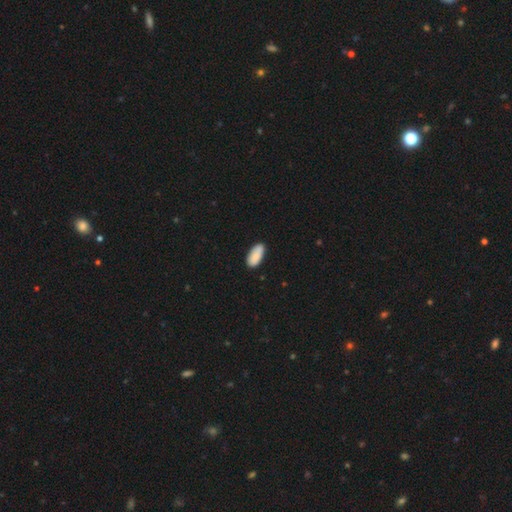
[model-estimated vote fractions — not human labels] Smooth or featured? Predicted: smooth (p=0.86). How rounded? Predicted: in between (p=0.90). Merging? Predicted: none (p=0.83).